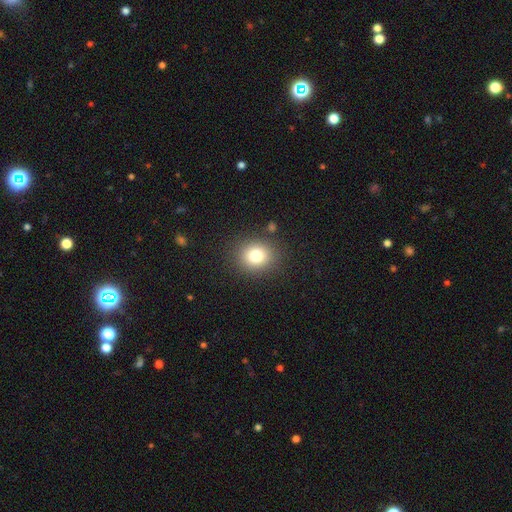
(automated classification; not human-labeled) Q: Smooth or featured?
A: smooth (79%); runner-up: star or artifact (12%)
Q: How rounded?
A: round (74%); runner-up: in between (25%)
Q: Merging?
A: none (86%); runner-up: minor disturbance (8%)